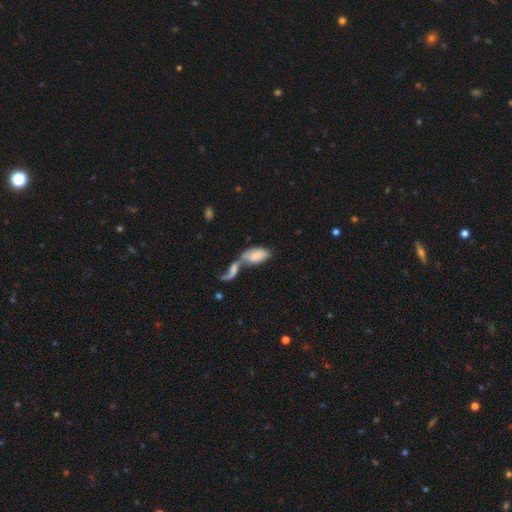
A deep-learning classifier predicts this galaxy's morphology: smooth 69%, featured or disk 24%, star or artifact 7%. Down the decision tree: how rounded — in between (91%); merging — merger (74%).